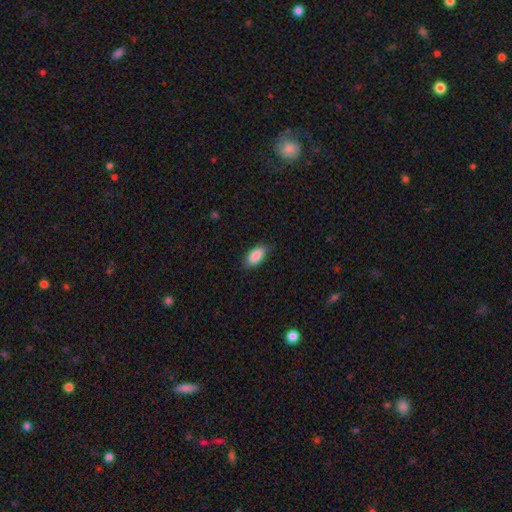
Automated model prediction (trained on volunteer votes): Smooth or featured: smooth — 87% (star or artifact — 6%)
How rounded: in between — 89% (cigar-shaped — 8%)
Merging: none — 82% (minor disturbance — 15%)